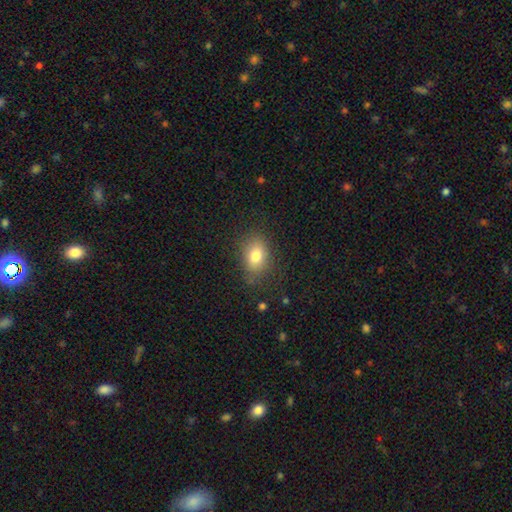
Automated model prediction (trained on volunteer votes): A smooth galaxy with no disk features (79%) that is in between round and cigar-shaped (73%). Merging: none (78%).